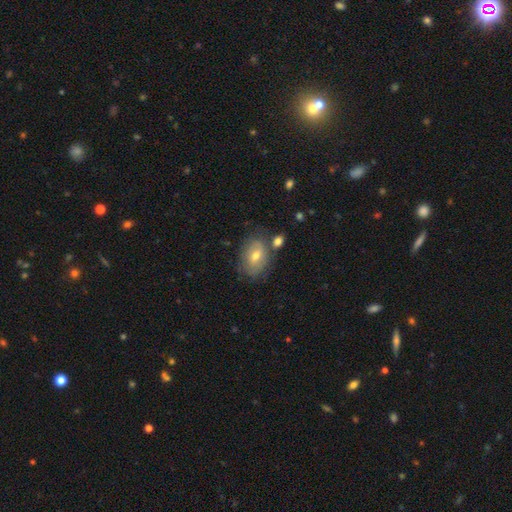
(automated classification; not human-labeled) This is possibly a smooth galaxy (56%). How rounded: likely in between (76%). Merging: likely none (66%).